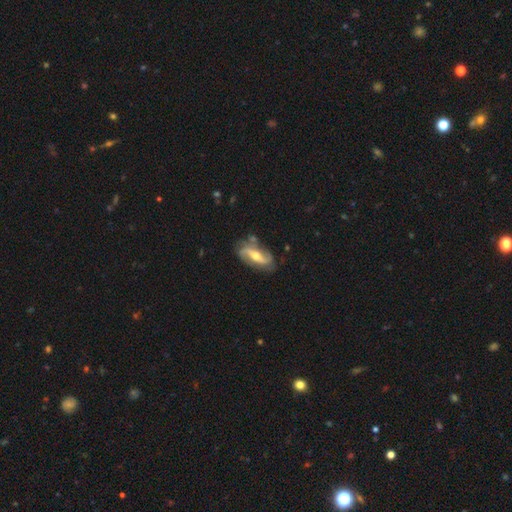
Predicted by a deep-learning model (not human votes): Smooth or featured? featured or disk (84%)
Edge-on disk? no (91%)
Bar? strong (42%)
Spiral arms? yes (93%)
Spiral winding? loose (58%)
Spiral arm count? 2 (90%)
Bulge size? moderate (66%)
Merging? none (74%)